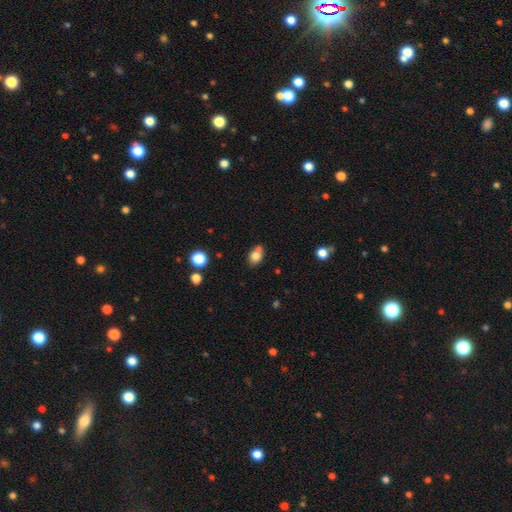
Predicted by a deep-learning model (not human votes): Smooth or featured: smooth — 79% (featured or disk — 11%)
How rounded: in between — 64% (round — 35%)
Merging: none — 63% (minor disturbance — 18%)